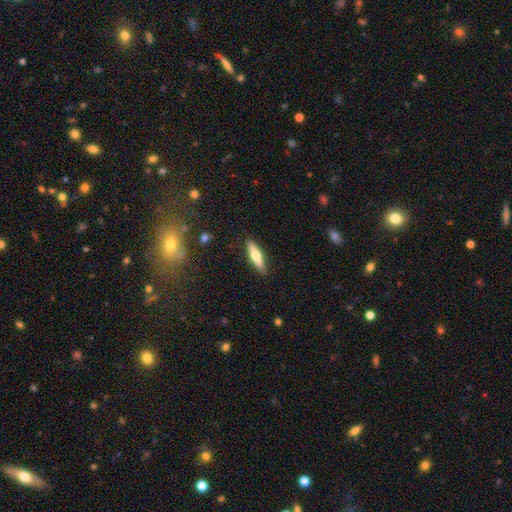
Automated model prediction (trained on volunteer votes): smooth-or-featured: smooth: 59% | featured or disk: 35% | star or artifact: 6%
  how-rounded: cigar-shaped: 72% | in between: 26% | round: 2%
  merging: none: 89% | minor disturbance: 8% | major disturbance: 2% | merger: 1%